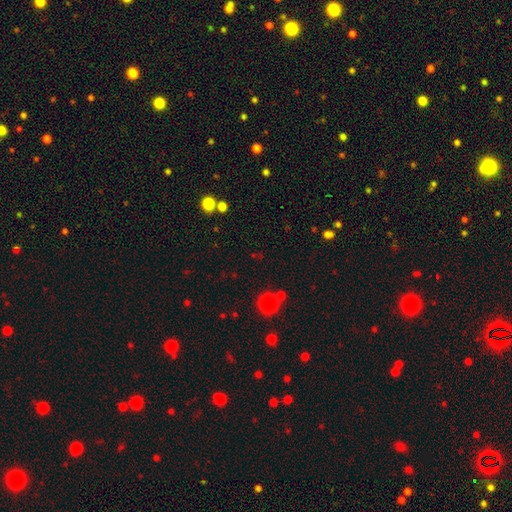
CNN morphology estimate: smooth-or-featured: smooth: 54% | star or artifact: 39% | featured or disk: 7%
  how-rounded: round: 82% | in between: 16% | cigar-shaped: 2%
  merging: none: 73% | merger: 11% | minor disturbance: 10% | major disturbance: 5%